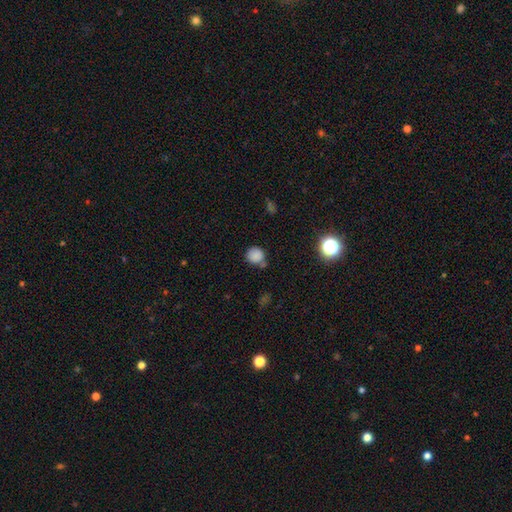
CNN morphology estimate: type=smooth (83%); roundness=round (88%); merging=none (65%).